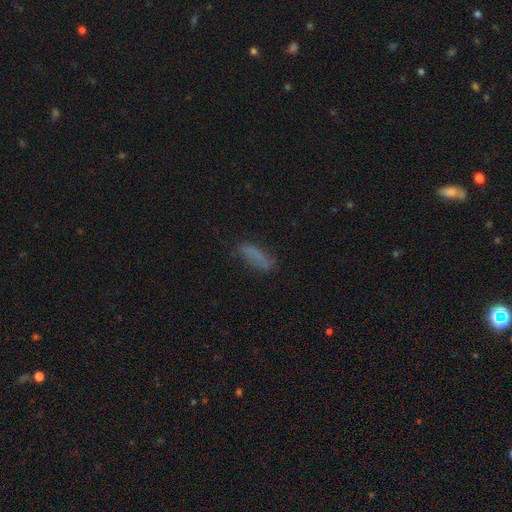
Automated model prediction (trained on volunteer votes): A smooth galaxy with no disk features (72%) that is in between round and cigar-shaped (50%). Merging: none (67%).